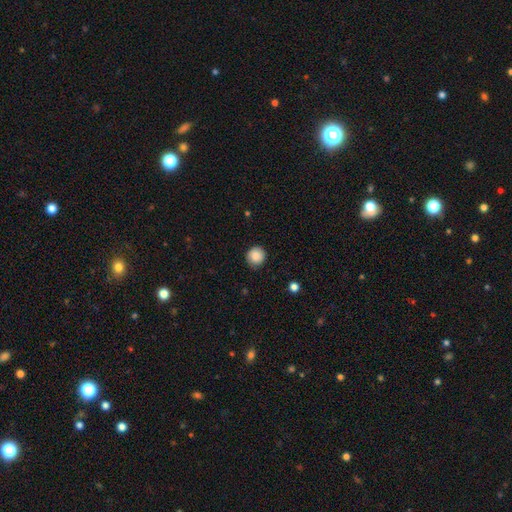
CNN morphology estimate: Q: Smooth or featured?
A: smooth (87%); runner-up: star or artifact (8%)
Q: How rounded?
A: round (93%); runner-up: in between (6%)
Q: Merging?
A: none (86%); runner-up: minor disturbance (11%)